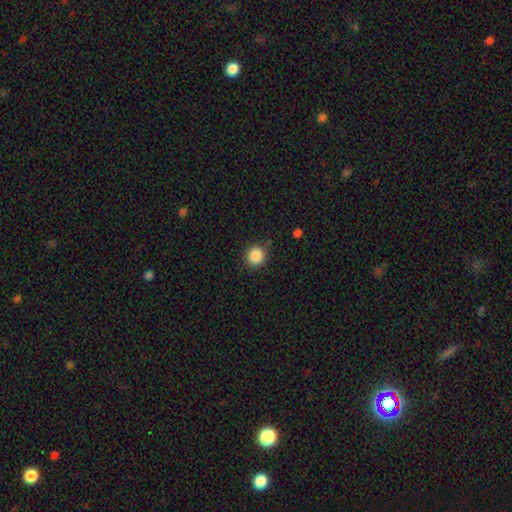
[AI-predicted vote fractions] Smooth or featured: smooth — 86% (star or artifact — 10%)
How rounded: round — 90% (in between — 9%)
Merging: none — 84% (minor disturbance — 11%)